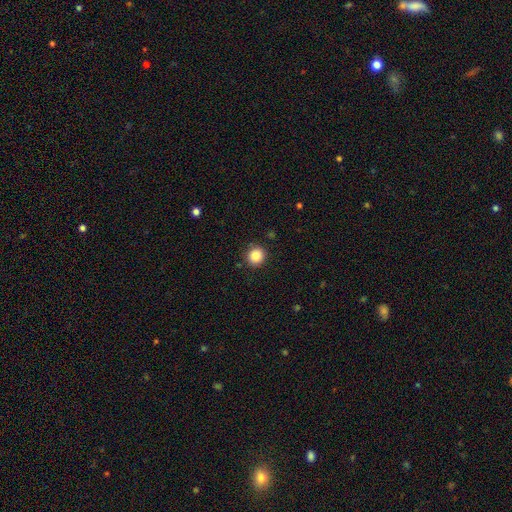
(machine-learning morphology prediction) smooth-or-featured: smooth: 86% | star or artifact: 10% | featured or disk: 4%
  how-rounded: round: 92% | in between: 7% | cigar-shaped: 1%
  merging: none: 89% | minor disturbance: 7% | major disturbance: 2% | merger: 1%